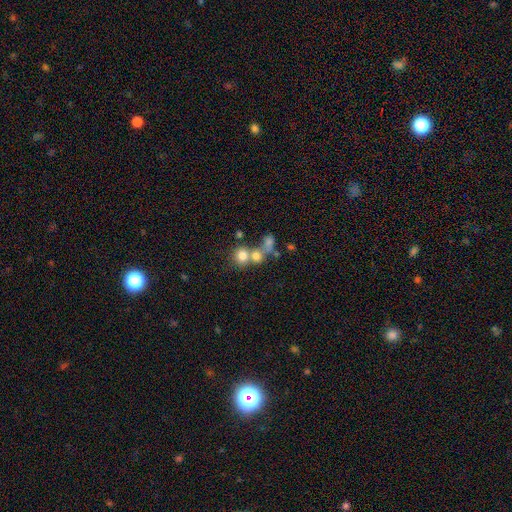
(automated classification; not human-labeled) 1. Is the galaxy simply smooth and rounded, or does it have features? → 70% smooth, 16% featured or disk, 14% star or artifact.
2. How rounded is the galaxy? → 79% round, 19% in between, 1% cigar-shaped.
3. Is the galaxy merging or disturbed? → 49% merger, 39% none, 7% minor disturbance, 5% major disturbance.